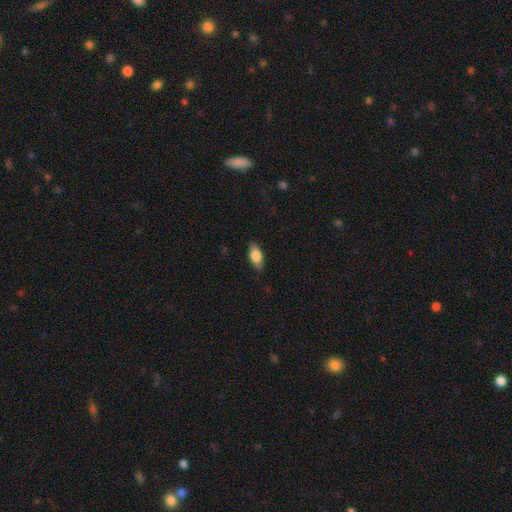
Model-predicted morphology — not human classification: The model was most divided on "smooth or featured": smooth: 80%, featured or disk: 14%, star or artifact: 6%. More confident: how rounded — in between (87%); merging — none (84%).